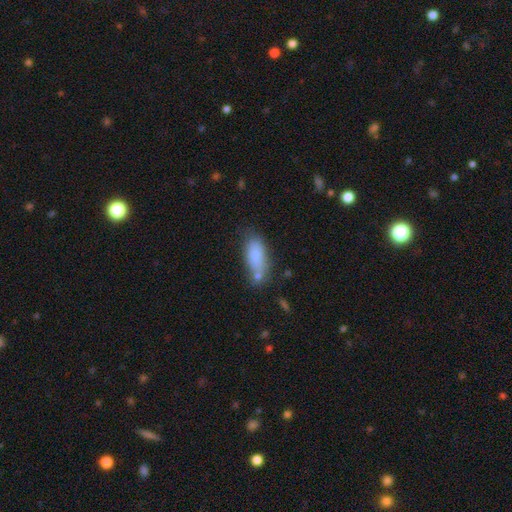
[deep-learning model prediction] This appears to be a smooth galaxy with no disk features (81%) that is in between round and cigar-shaped (81%). Merging: none (54%).